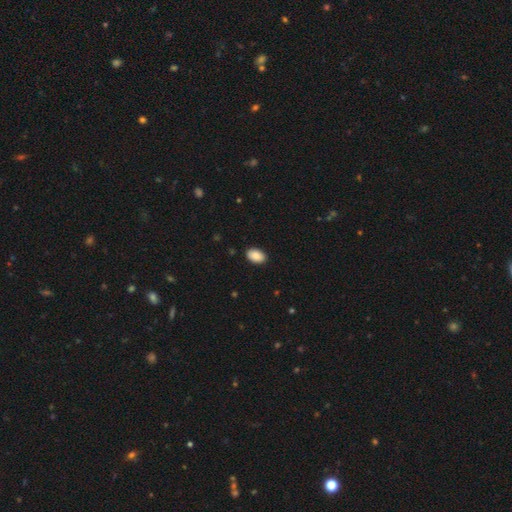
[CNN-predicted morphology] smooth-or-featured: smooth: 89% | star or artifact: 7% | featured or disk: 4%
  how-rounded: in between: 92% | round: 7% | cigar-shaped: 1%
  merging: none: 90% | minor disturbance: 8% | major disturbance: 2% | merger: 1%